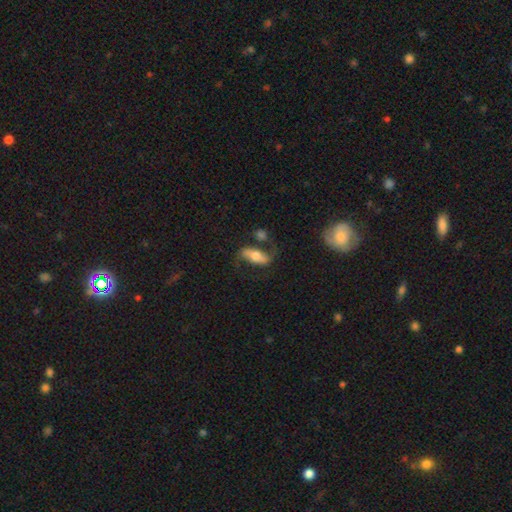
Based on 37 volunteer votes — A smooth galaxy with no disk features (49%, tied with featured or disk) that is in between round and cigar-shaped (72%).

Vote fractions:
- Smooth or featured? smooth: 49% (tied) / featured or disk: 49% (tied) / star or artifact: 3%
- How rounded? in between: 72% / cigar-shaped: 28% / round: 0%
- Merging? none: 67% / minor disturbance: 28% / major disturbance: 3% / merger: 3%